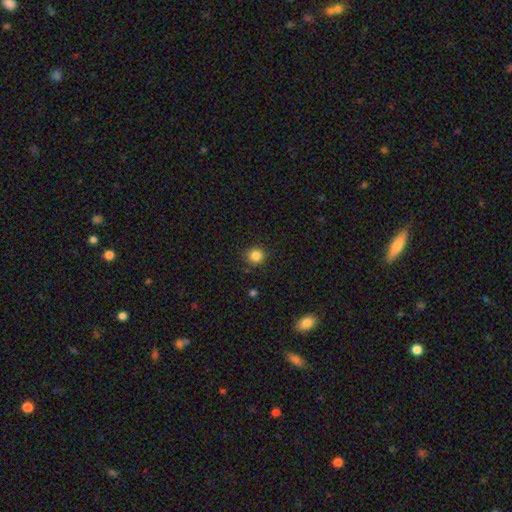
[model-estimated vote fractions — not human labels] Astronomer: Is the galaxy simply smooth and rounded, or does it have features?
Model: smooth — 85%.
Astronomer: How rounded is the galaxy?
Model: round — 91%.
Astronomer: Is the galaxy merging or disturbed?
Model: none — 87%.